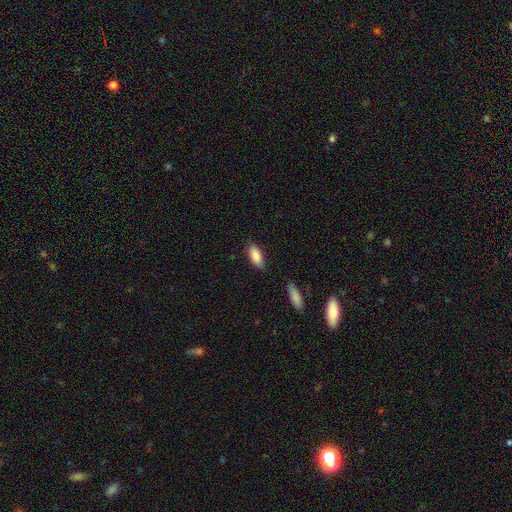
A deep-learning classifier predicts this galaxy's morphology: Smooth or featured? smooth (87%)
How rounded? in between (86%)
Merging? none (79%)